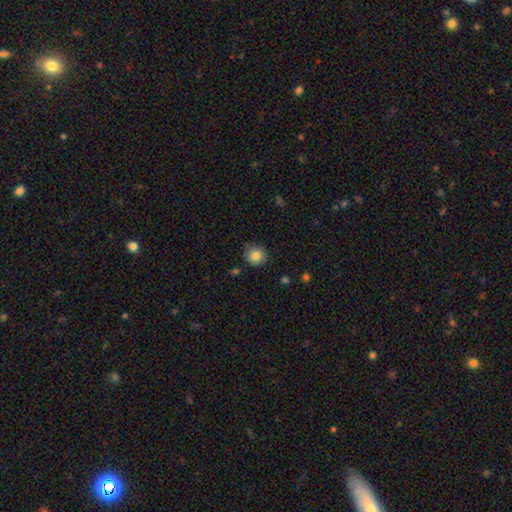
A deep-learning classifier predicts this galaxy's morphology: smooth 83%, star or artifact 10%, featured or disk 7%. Down the decision tree: how rounded — round (89%); merging — none (81%).